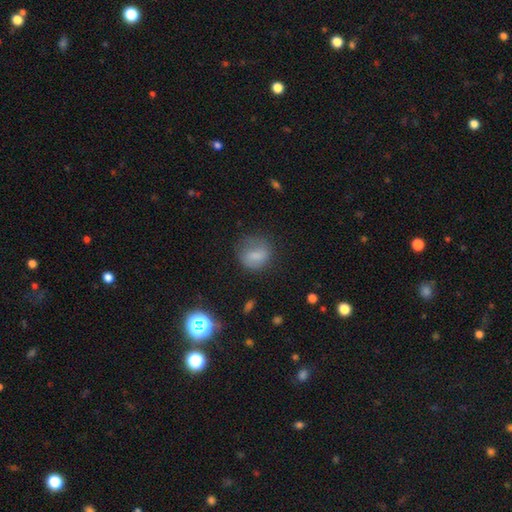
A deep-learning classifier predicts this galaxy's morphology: The model was most divided on "how rounded": round: 65%, in between: 33%, cigar-shaped: 2%. More confident: smooth or featured — smooth (72%); merging — none (61%).